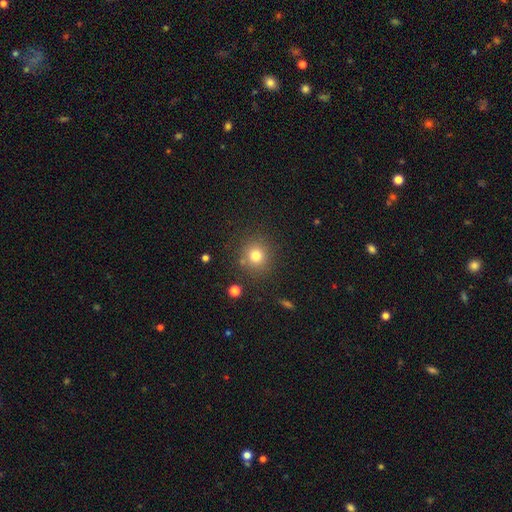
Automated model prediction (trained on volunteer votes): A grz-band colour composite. It shows a smooth galaxy with no disk features (78%) that is round (90%). Merging: none (82%).